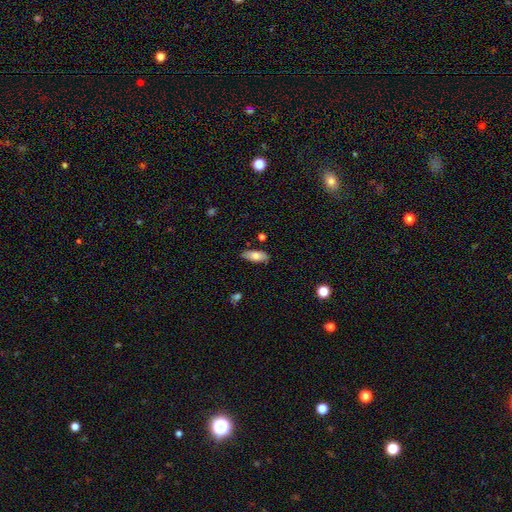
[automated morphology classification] Smooth or featured: smooth — 76% (featured or disk — 18%)
How rounded: in between — 82% (cigar-shaped — 16%)
Merging: none — 80% (minor disturbance — 15%)